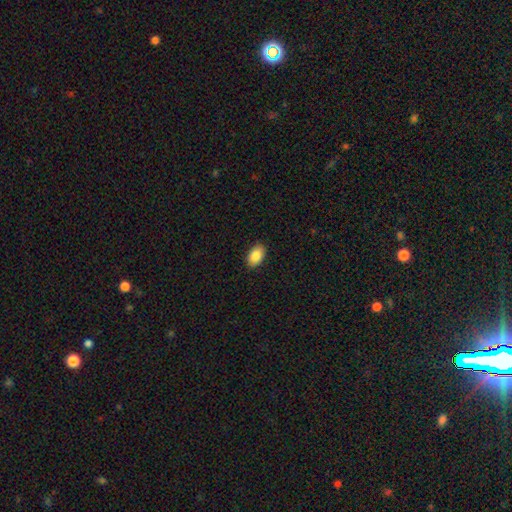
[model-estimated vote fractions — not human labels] The model was most divided on "merging": none: 88%, minor disturbance: 9%, major disturbance: 2%, merger: 1%. More confident: how rounded — in between (91%); smooth or featured — smooth (87%).